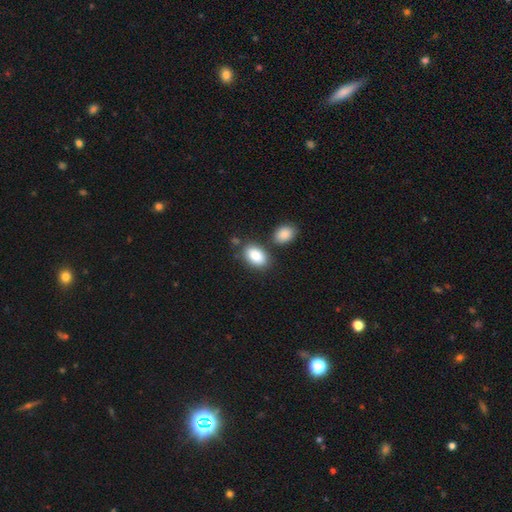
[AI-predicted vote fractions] Smooth or featured? Predicted: smooth (p=0.88). How rounded? Predicted: in between (p=0.90). Merging? Predicted: none (p=0.69).